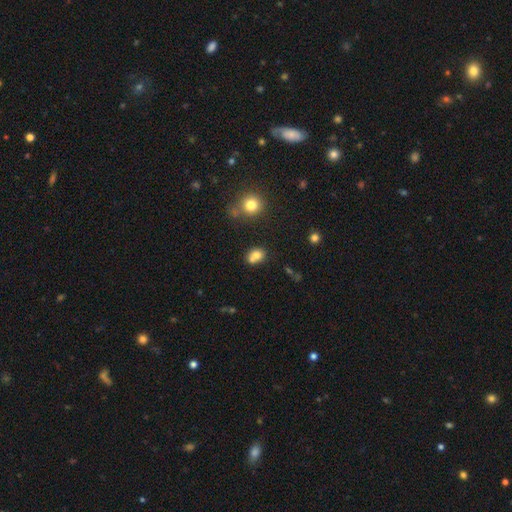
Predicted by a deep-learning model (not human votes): smooth 77%, star or artifact 12%, featured or disk 12%. Down the decision tree: how rounded — in between (53%); merging — none (44%).